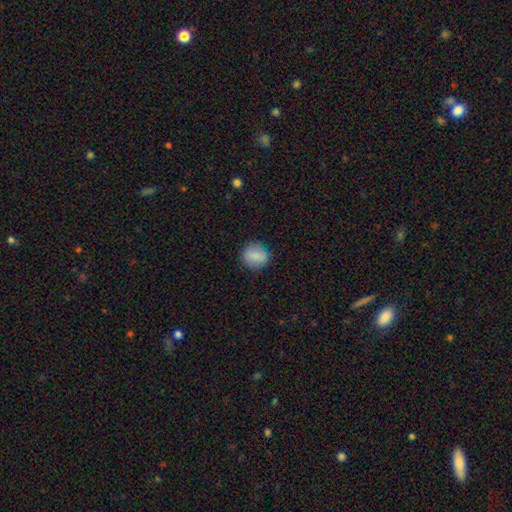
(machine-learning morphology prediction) Smooth or featured? Predicted: smooth (p=0.82). How rounded? Predicted: round (p=0.81). Merging? Predicted: none (p=0.80).